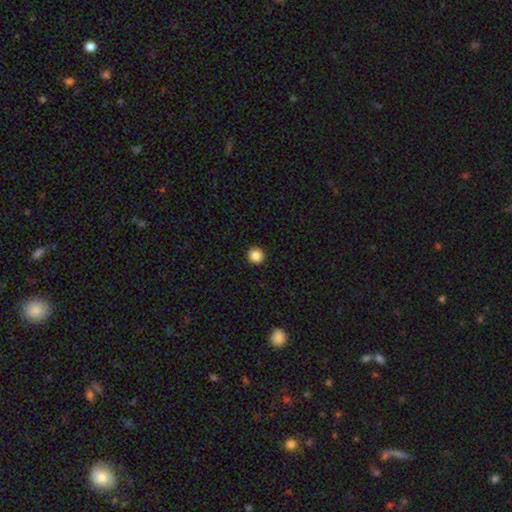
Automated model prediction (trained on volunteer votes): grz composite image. It shows a smooth galaxy with no disk features (86%) that is round (95%). Merging: none (94%).